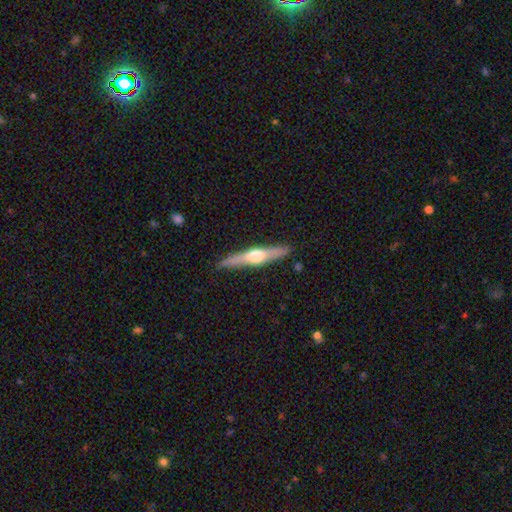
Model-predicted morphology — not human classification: smooth_or_featured: featured or disk (p=0.66) [alt: smooth p=0.29]
disk_edge_on: yes (p=0.96) [alt: no p=0.04]
edge_on_bulge: rounded (p=0.92) [alt: boxy p=0.05]
merging: none (p=0.89) [alt: minor disturbance p=0.08]